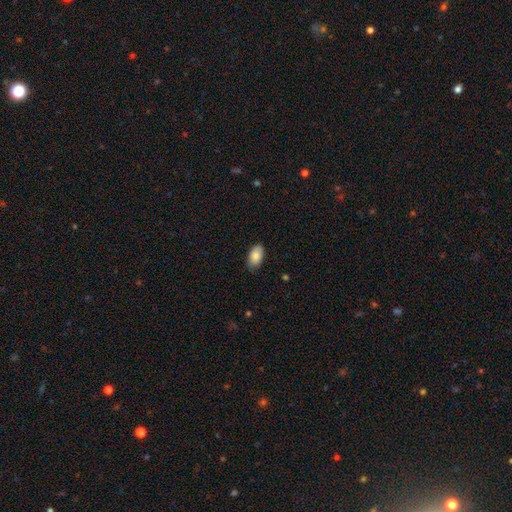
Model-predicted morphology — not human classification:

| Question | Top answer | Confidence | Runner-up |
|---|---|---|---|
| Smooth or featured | smooth | 84% | featured or disk (9%) |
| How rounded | in between | 94% | round (4%) |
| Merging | none | 79% | minor disturbance (18%) |